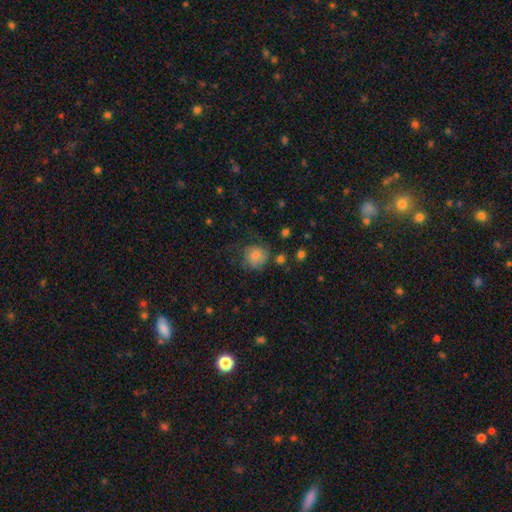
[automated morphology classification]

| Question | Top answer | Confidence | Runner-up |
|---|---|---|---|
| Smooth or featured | smooth | 75% | featured or disk (16%) |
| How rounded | round | 79% | in between (20%) |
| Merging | none | 57% | minor disturbance (26%) |